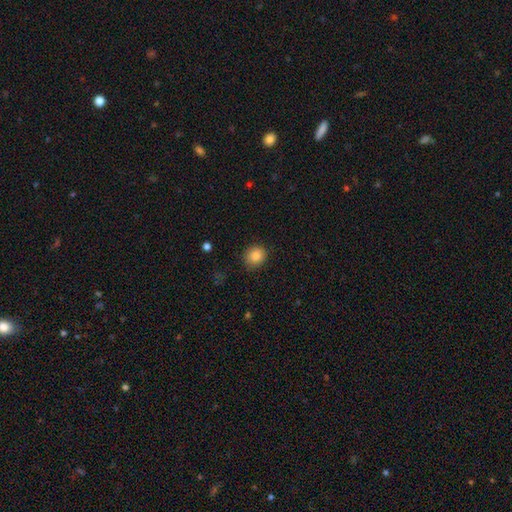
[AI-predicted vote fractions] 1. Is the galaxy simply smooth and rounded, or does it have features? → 86% smooth, 9% star or artifact, 4% featured or disk.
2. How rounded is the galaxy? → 81% round, 18% in between, 1% cigar-shaped.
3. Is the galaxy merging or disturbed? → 86% none, 11% minor disturbance, 3% major disturbance, 1% merger.